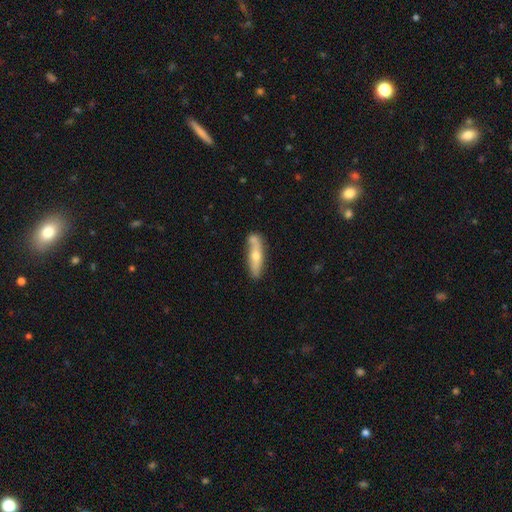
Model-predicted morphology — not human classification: Q: Smooth or featured?
A: featured or disk (47%); runner-up: smooth (43%)
Q: Merging?
A: none (72%); runner-up: minor disturbance (15%)